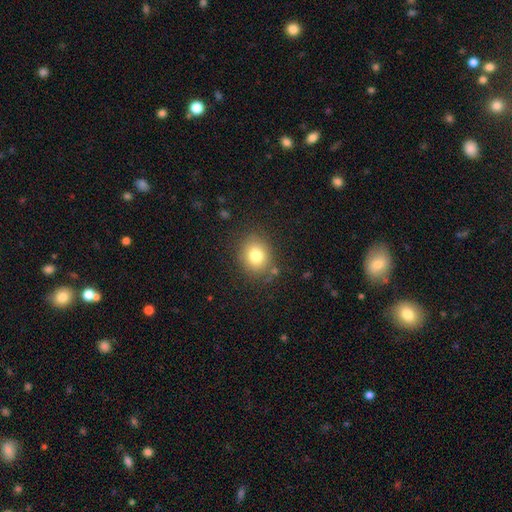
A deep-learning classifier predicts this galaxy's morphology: type=smooth (79%); roundness=round (67%); merging=none (82%).